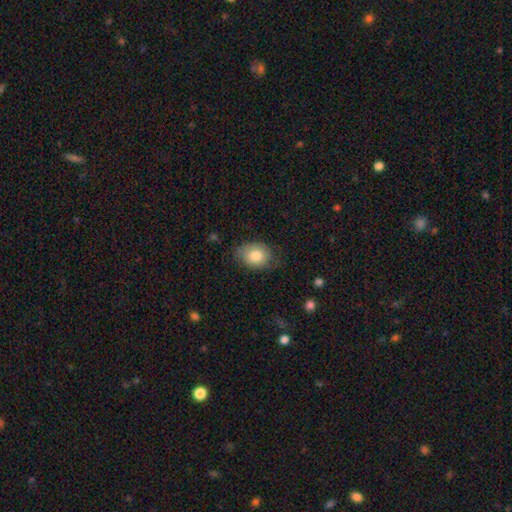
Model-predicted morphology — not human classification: type=smooth (78%); roundness=in between (73%); merging=none (65%).